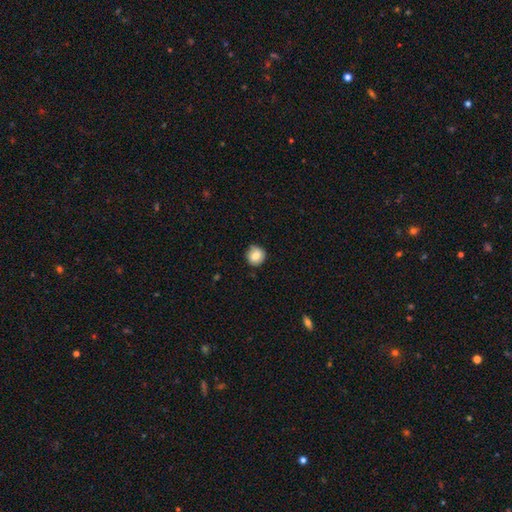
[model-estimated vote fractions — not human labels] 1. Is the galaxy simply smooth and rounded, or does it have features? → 79% smooth, 12% featured or disk, 9% star or artifact.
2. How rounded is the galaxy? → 92% round, 7% in between, 1% cigar-shaped.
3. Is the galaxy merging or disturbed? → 86% none, 10% minor disturbance, 2% major disturbance, 1% merger.